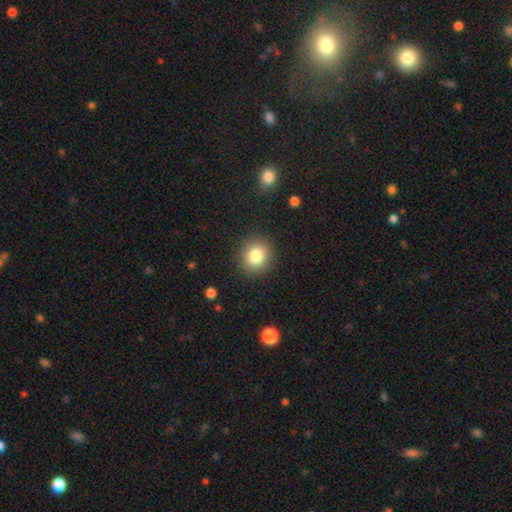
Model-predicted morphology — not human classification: The model was most divided on "how rounded": round: 82%, in between: 17%, cigar-shaped: 1%. More confident: merging — none (89%); smooth or featured — smooth (82%).